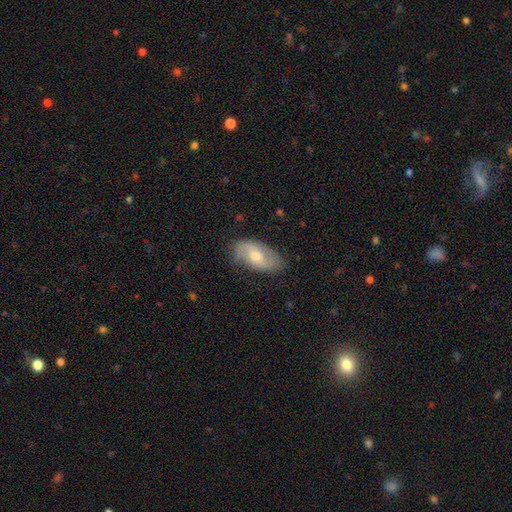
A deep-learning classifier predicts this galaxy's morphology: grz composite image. It shows a featured or disk galaxy (68%) with no bar (48%), 2 (84%) medium (42%) spiral arms (88%) and a moderate central bulge (63%). Merging: none (74%).